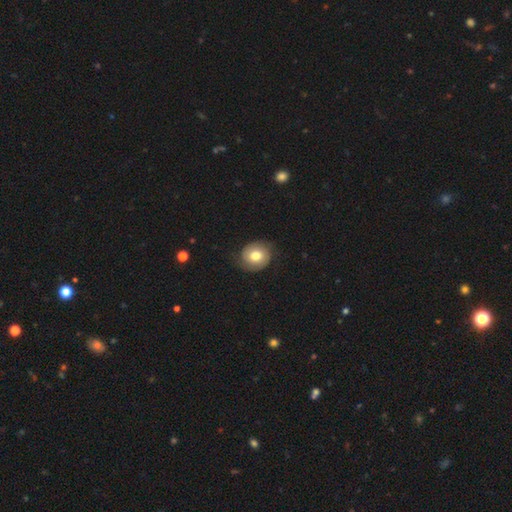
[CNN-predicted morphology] type=smooth (60%); roundness=round (69%); merging=none (76%).